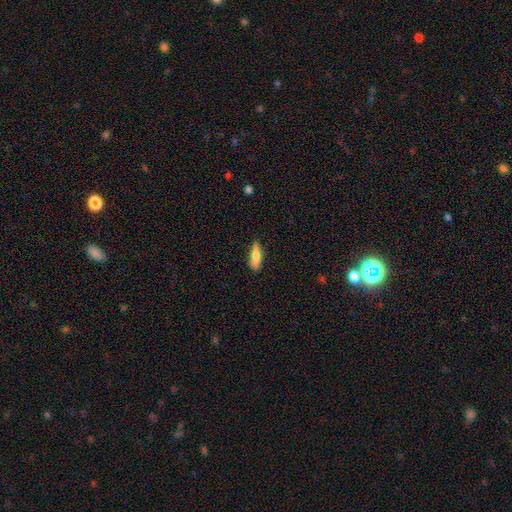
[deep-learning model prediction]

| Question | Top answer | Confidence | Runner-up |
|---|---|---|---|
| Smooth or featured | smooth | 70% | featured or disk (24%) |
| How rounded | in between | 50% | cigar-shaped (48%) |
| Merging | none | 74% | minor disturbance (20%) |